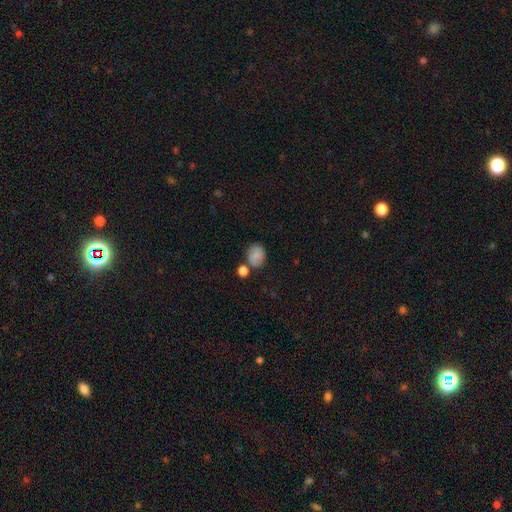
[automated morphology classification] smooth 82%, featured or disk 9%, star or artifact 9%. Down the decision tree: how rounded — round (53%); merging — none (64%).